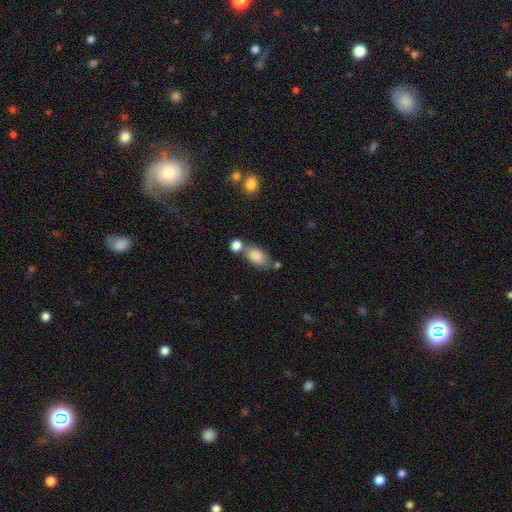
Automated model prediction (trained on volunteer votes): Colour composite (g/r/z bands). It shows a smooth galaxy with no disk features (83%) that is in between round and cigar-shaped (88%). Merging: none (47%).